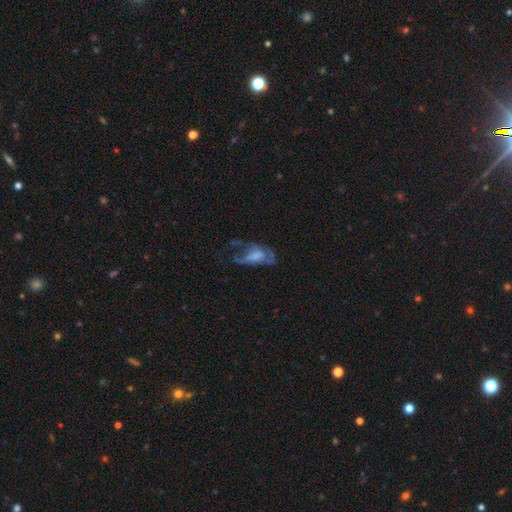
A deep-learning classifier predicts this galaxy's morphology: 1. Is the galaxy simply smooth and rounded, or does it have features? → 49% featured or disk, 41% smooth, 10% star or artifact.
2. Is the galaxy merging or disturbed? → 52% major disturbance, 25% none, 19% minor disturbance, 4% merger.